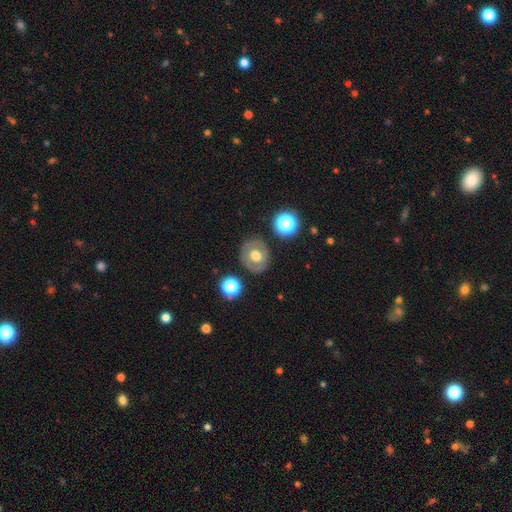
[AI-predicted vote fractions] Q: Smooth or featured?
A: smooth (47%); runner-up: featured or disk (44%)
Q: Merging?
A: none (82%); runner-up: minor disturbance (11%)